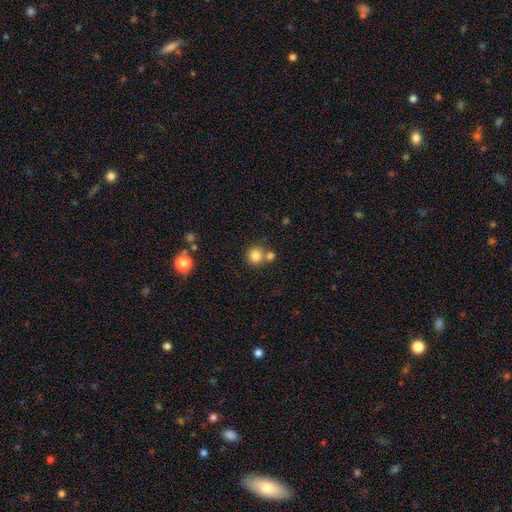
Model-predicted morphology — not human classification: smooth-or-featured: smooth: 81% | star or artifact: 11% | featured or disk: 8%
  how-rounded: round: 92% | in between: 7% | cigar-shaped: 1%
  merging: none: 60% | merger: 29% | minor disturbance: 8% | major disturbance: 3%